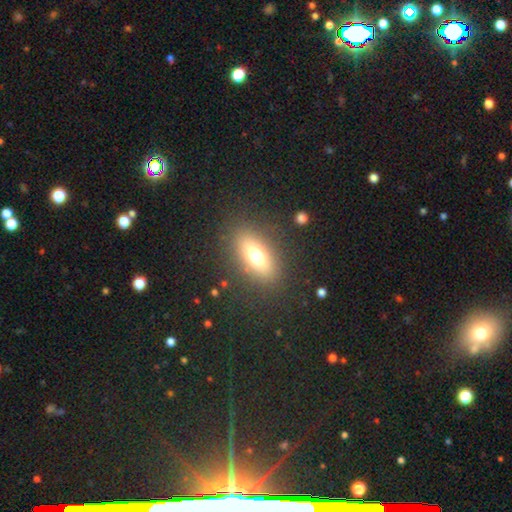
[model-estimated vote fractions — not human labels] Overall: smooth (67%). How rounded: in between (76%). Merging: none (85%).